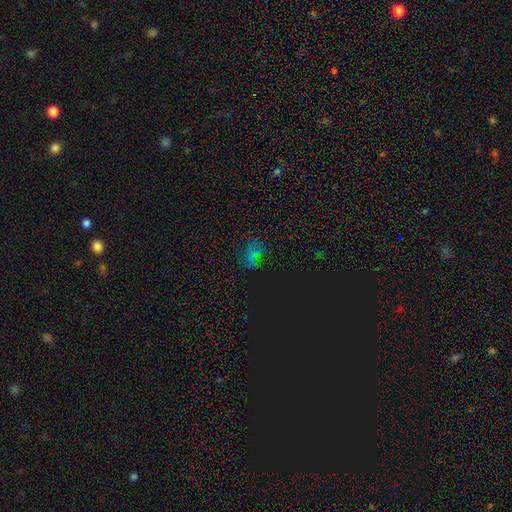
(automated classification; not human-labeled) star or artifact 47%, smooth 38%, featured or disk 14%.